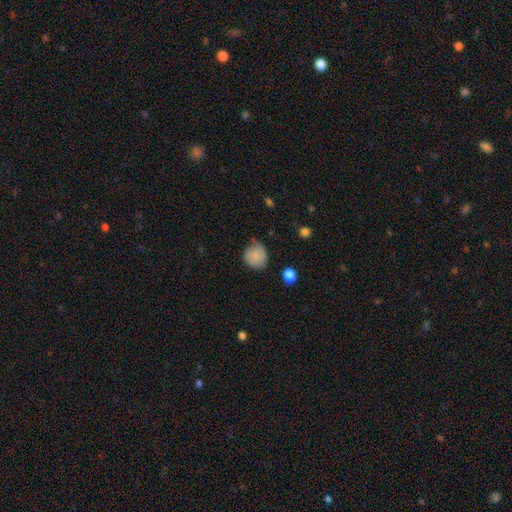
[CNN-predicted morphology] smooth 76%, featured or disk 16%, star or artifact 8%. Down the decision tree: how rounded — round (79%); merging — none (58%).